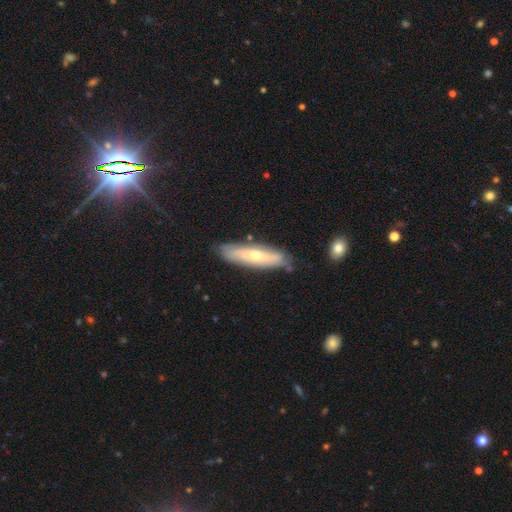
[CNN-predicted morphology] type=featured or disk (50%); merging=none (78%).